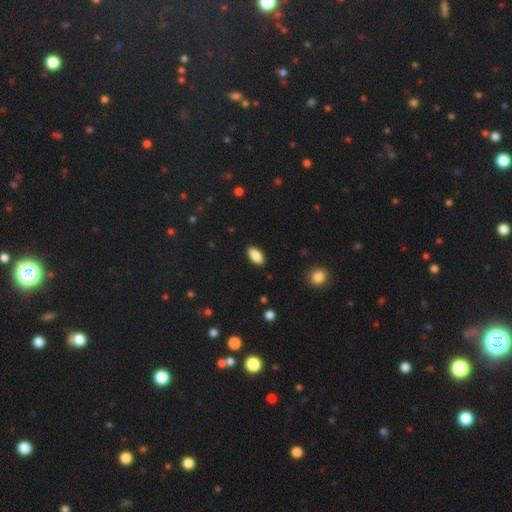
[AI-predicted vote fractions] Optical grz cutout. It shows a smooth galaxy with no disk features (86%) that is in between round and cigar-shaped (91%). Merging: none (89%).